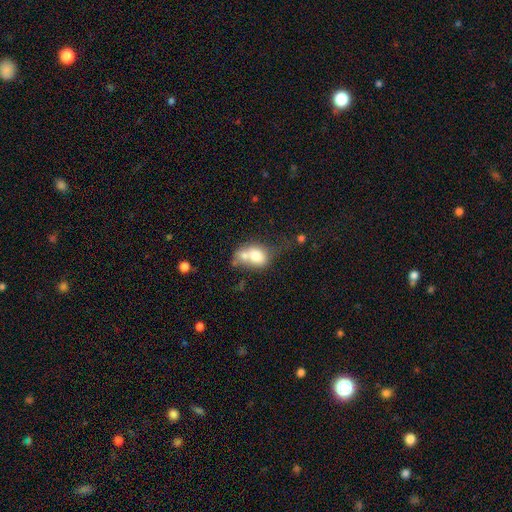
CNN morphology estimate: Overall: smooth (71%). How rounded: in between (65%; round 33%). Merging: merger (59%; none 21%).